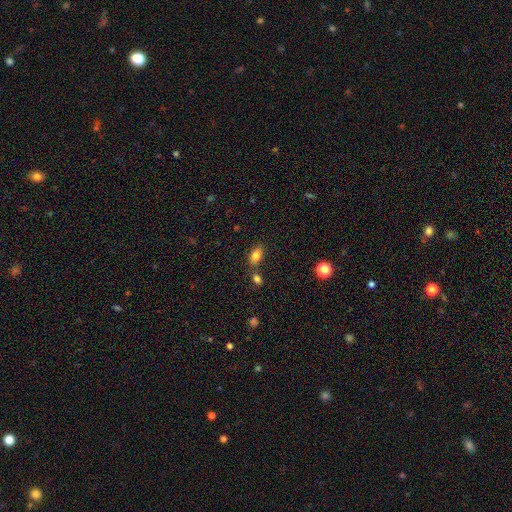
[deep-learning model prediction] Smooth or featured: smooth — 78% (featured or disk — 12%)
How rounded: in between — 85% (round — 8%)
Merging: none — 68% (merger — 16%)